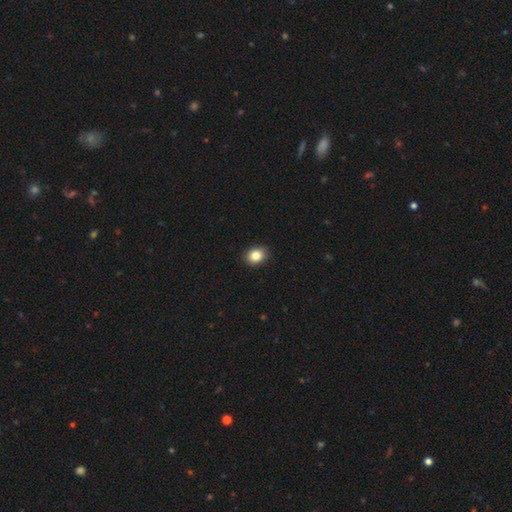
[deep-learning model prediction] smooth_or_featured: smooth (p=0.85) [alt: star or artifact p=0.09]
how_rounded: in between (p=0.57) [alt: round p=0.43]
merging: none (p=0.90) [alt: minor disturbance p=0.08]